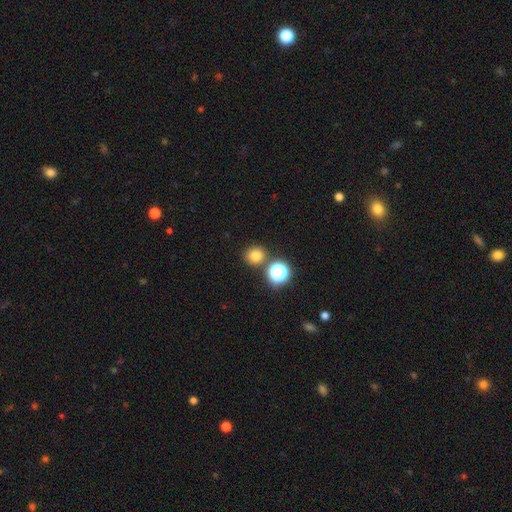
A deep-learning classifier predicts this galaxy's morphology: type=smooth (77%); roundness=round (89%); merging=none (80%).